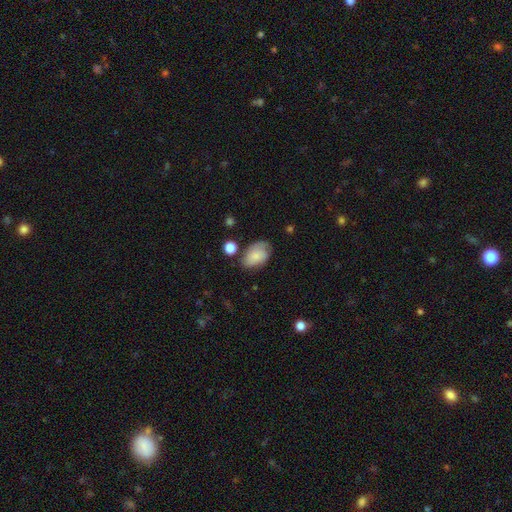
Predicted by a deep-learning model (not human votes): This appears to be a smooth galaxy with no disk features (71%) that is in between round and cigar-shaped (88%). Merging: none (58%).